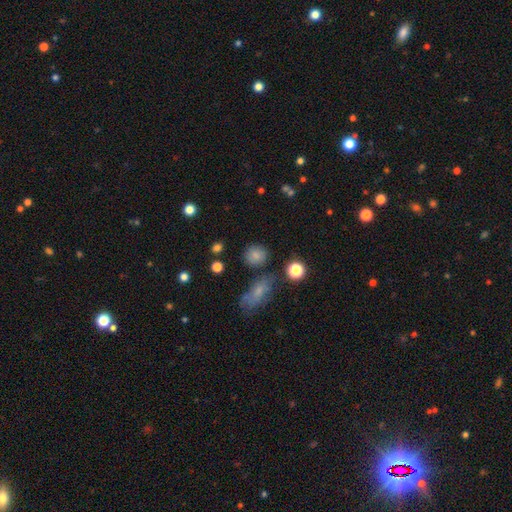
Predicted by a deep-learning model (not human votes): A smooth galaxy with no disk features (80%) that is round (82%).

Vote fractions:
- Smooth or featured? smooth: 80% / star or artifact: 12% / featured or disk: 8%
- How rounded? round: 82% / in between: 16% / cigar-shaped: 2%
- Merging? none: 79% / minor disturbance: 11% / merger: 5% / major disturbance: 4%